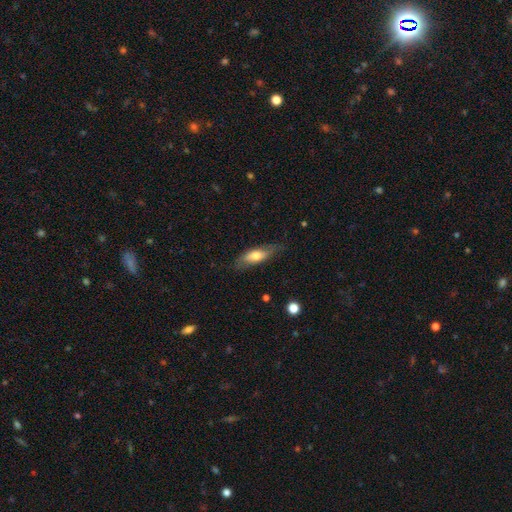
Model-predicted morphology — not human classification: smooth 62%, featured or disk 32%, star or artifact 6%. Down the decision tree: how rounded — in between (59%); merging — none (72%).